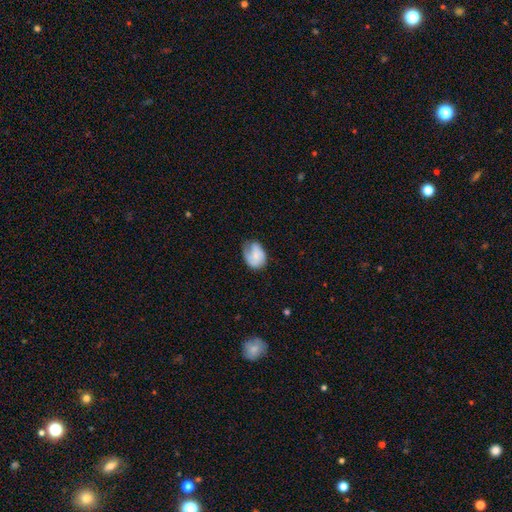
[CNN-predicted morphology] type=smooth (62%); roundness=in between (66%); merging=none (40%).